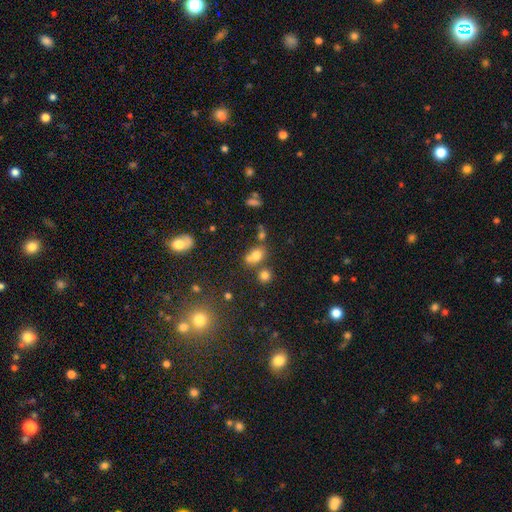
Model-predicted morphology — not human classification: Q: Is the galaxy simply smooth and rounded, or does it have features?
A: smooth — 72%.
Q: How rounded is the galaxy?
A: in between — 53%.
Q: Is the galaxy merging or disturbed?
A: none — 46%.